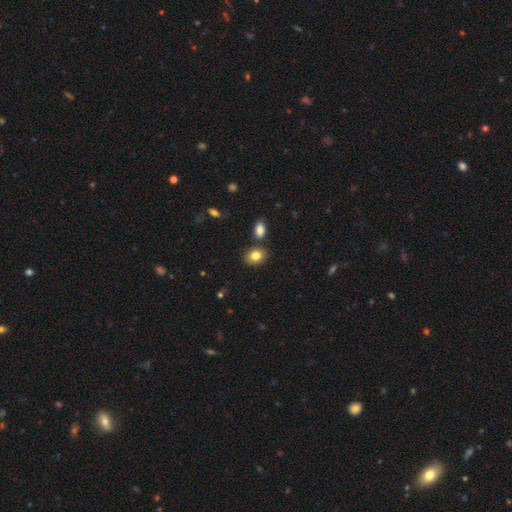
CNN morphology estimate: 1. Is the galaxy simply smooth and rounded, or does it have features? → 83% smooth, 9% star or artifact, 9% featured or disk.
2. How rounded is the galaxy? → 71% in between, 28% round, 1% cigar-shaped.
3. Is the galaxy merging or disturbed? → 77% none, 11% minor disturbance, 9% merger, 3% major disturbance.